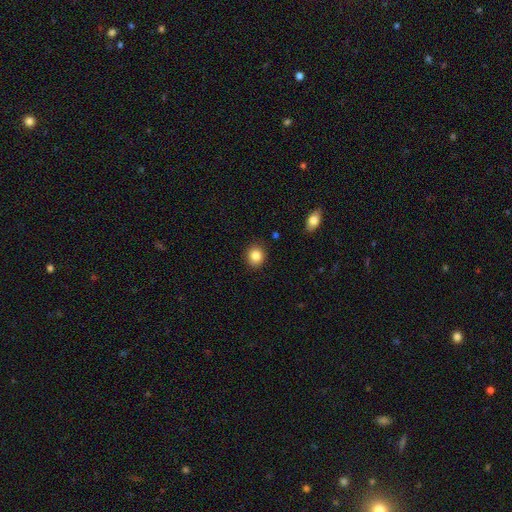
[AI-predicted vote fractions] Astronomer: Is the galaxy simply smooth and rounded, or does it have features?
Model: smooth — 85%.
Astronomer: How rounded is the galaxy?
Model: round — 78%.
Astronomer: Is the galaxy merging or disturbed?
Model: none — 88%.